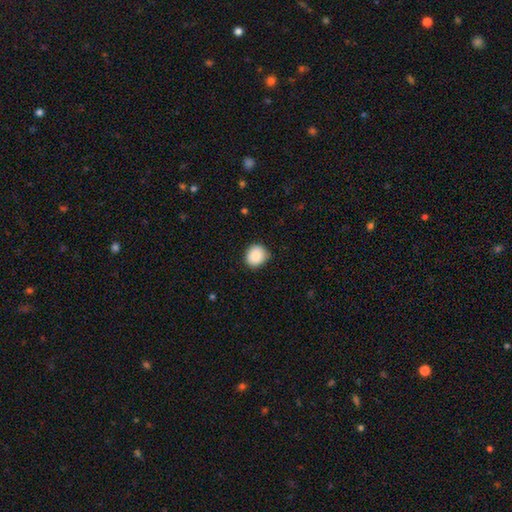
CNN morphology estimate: A smooth galaxy with no disk features (88%) that is round (81%).

Vote fractions:
- Smooth or featured? smooth: 88% / star or artifact: 8% / featured or disk: 4%
- How rounded? round: 81% / in between: 18% / cigar-shaped: 1%
- Merging? none: 84% / minor disturbance: 13% / major disturbance: 2% / merger: 1%